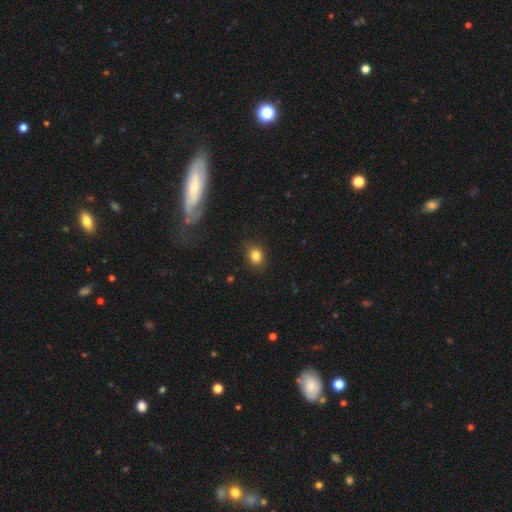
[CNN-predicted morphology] Q: Smooth or featured?
A: smooth (83%); runner-up: star or artifact (11%)
Q: How rounded?
A: round (59%); runner-up: in between (40%)
Q: Merging?
A: none (84%); runner-up: minor disturbance (12%)